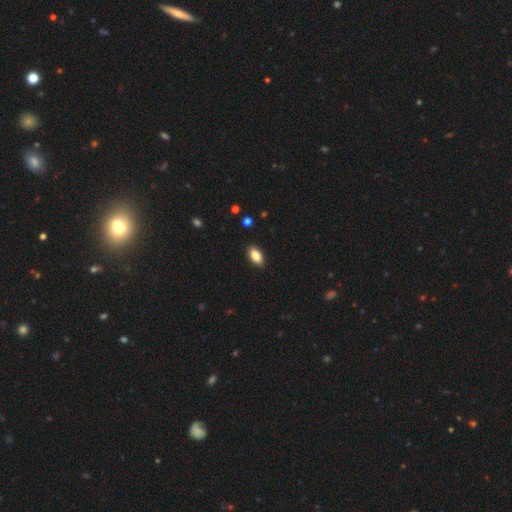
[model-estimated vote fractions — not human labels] Smooth or featured: smooth — 86% (star or artifact — 8%)
How rounded: in between — 91% (cigar-shaped — 5%)
Merging: none — 89% (minor disturbance — 8%)